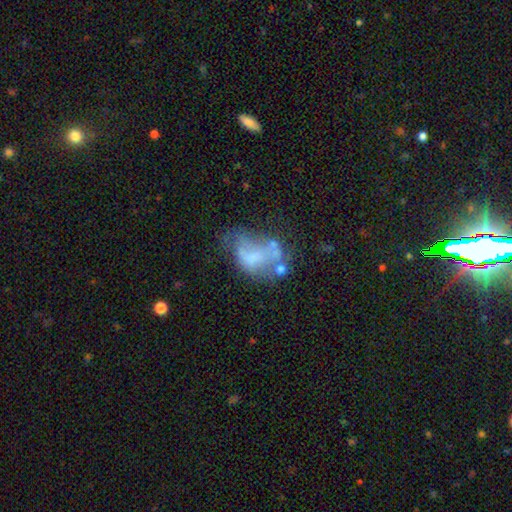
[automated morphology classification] A featured or disk galaxy (51%). Merging: major disturbance (31%).